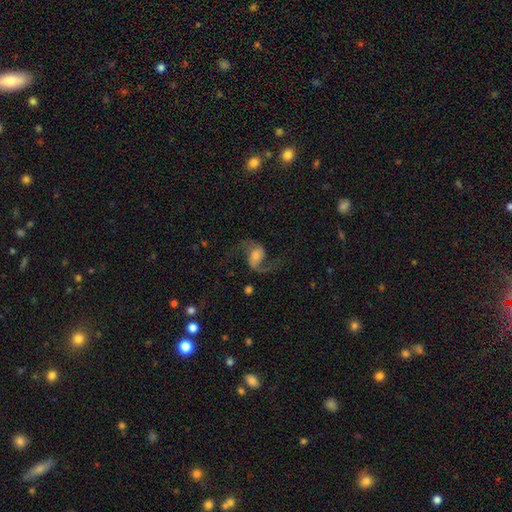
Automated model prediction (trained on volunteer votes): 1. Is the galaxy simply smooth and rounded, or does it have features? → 86% featured or disk, 8% smooth, 6% star or artifact.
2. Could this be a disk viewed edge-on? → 98% no, 2% yes.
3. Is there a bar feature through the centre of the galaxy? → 42% weak, 36% no, 21% strong.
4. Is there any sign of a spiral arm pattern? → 97% yes, 3% no.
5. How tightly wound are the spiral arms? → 68% loose, 28% medium, 4% tight.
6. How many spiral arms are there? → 93% 2, 2% 1, 1% can't tell, 1% 3, 1% 4, 1% more than 4.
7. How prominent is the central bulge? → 47% moderate, 38% small, 9% large, 4% none, 2% dominant.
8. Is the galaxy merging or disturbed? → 75% none, 12% minor disturbance, 11% major disturbance, 2% merger.